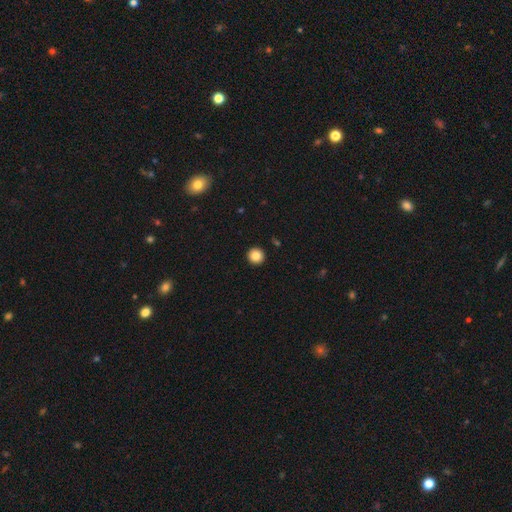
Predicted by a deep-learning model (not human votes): Smooth or featured? Predicted: smooth (p=0.85). How rounded? Predicted: round (p=0.96). Merging? Predicted: none (p=0.94).